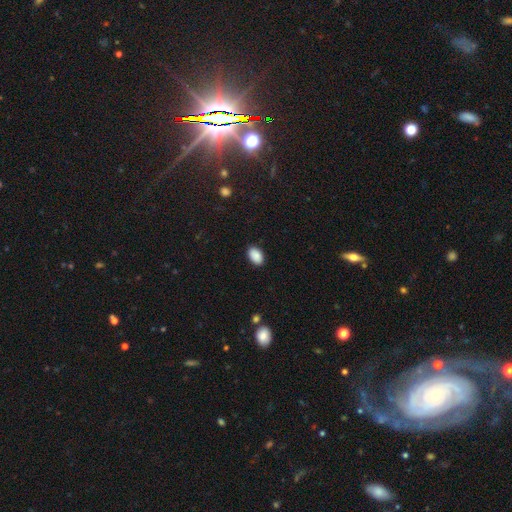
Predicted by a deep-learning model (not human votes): This appears to be a smooth galaxy with no disk features (90%) that is in between round and cigar-shaped (91%). Merging: none (89%).